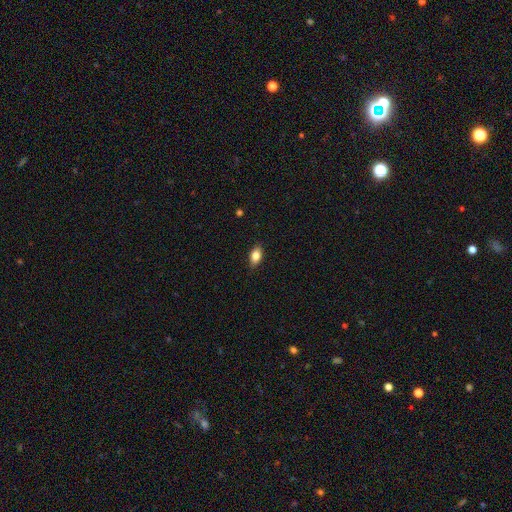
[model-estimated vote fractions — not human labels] A smooth galaxy with no disk features (82%) that is in between round and cigar-shaped (87%). Merging: none (86%).